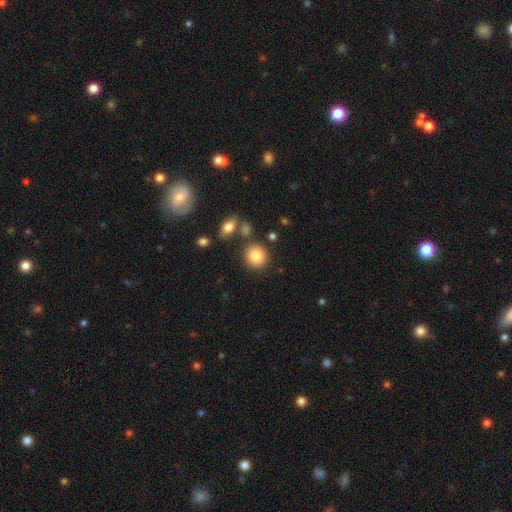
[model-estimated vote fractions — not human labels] smooth 86%, star or artifact 8%, featured or disk 6%. Down the decision tree: how rounded — round (85%); merging — none (79%).